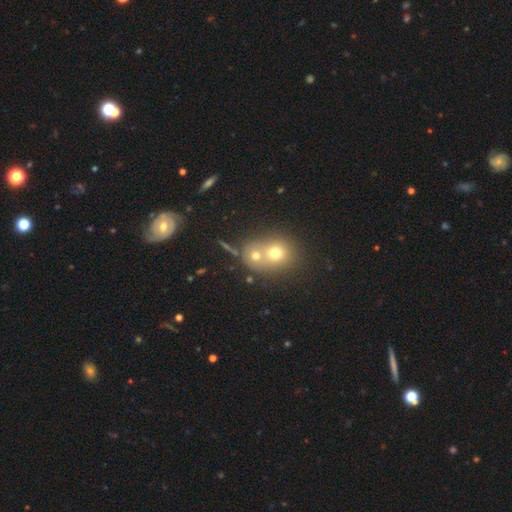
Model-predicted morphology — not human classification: Overall: smooth (65%). How rounded: round (76%). Merging: merger (57%; none 34%).